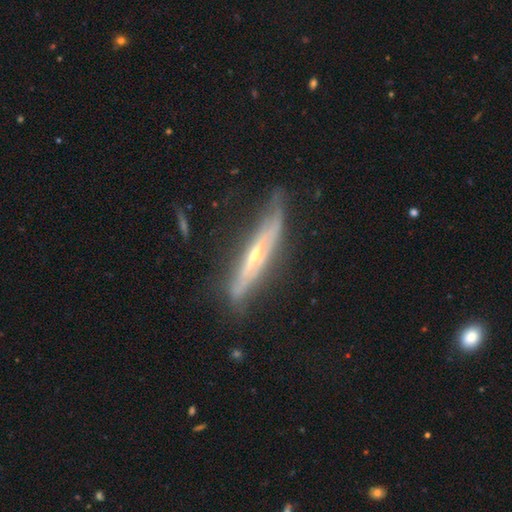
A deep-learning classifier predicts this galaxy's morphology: Smooth or featured?
  - featured or disk: 76% *
  - smooth: 18%
  - star or artifact: 6%
Edge-on disk?
  - yes: 81% *
  - no: 19%
Edge-on bulge?
  - rounded: 75% *
  - none: 21%
  - boxy: 4%
Merging?
  - none: 61% *
  - minor disturbance: 27%
  - major disturbance: 9%
  - merger: 2%